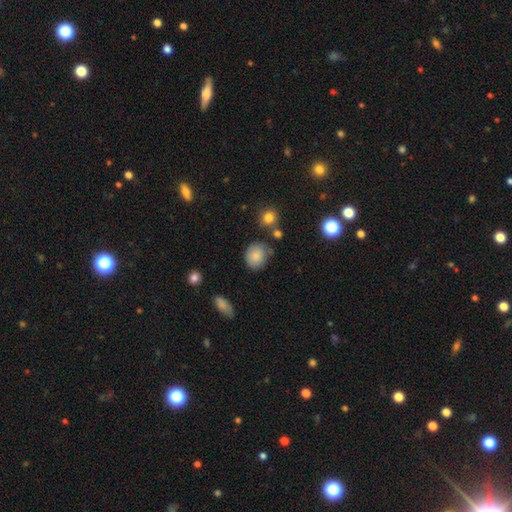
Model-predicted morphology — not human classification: type=smooth (82%); roundness=round (67%); merging=none (59%).